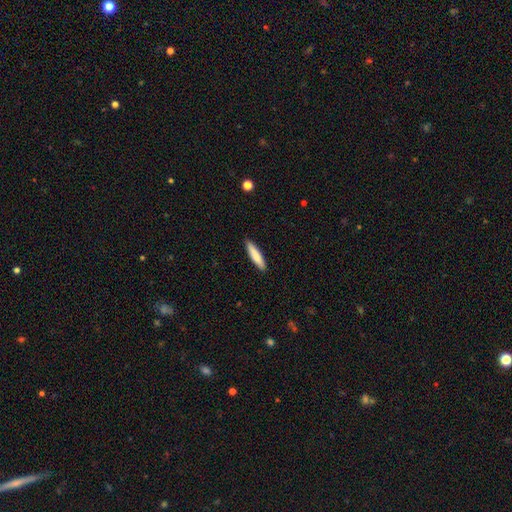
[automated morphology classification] smooth-or-featured: smooth: 81% | featured or disk: 14% | star or artifact: 5%
  how-rounded: cigar-shaped: 84% | in between: 14% | round: 1%
  merging: none: 90% | minor disturbance: 8% | major disturbance: 2% | merger: 1%